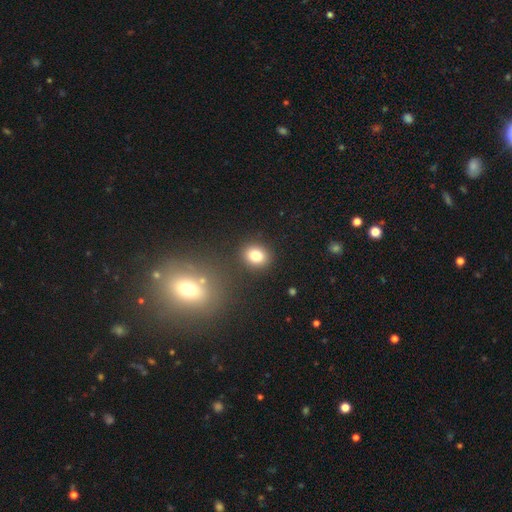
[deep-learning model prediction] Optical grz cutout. It shows a smooth galaxy with no disk features (81%) that is round (66%). Merging: none (87%).